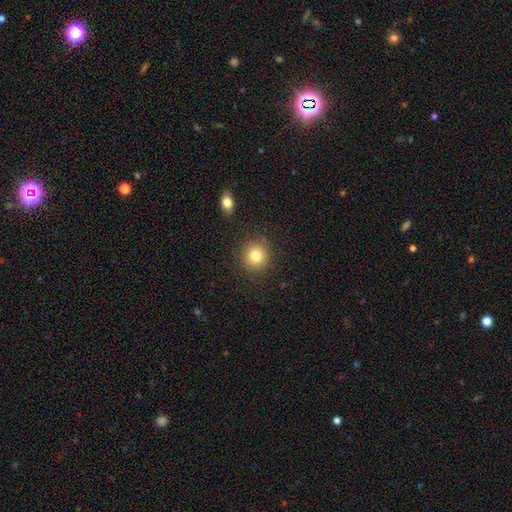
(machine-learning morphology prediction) Overall: smooth (81%). How rounded: round (90%). Merging: none (88%).